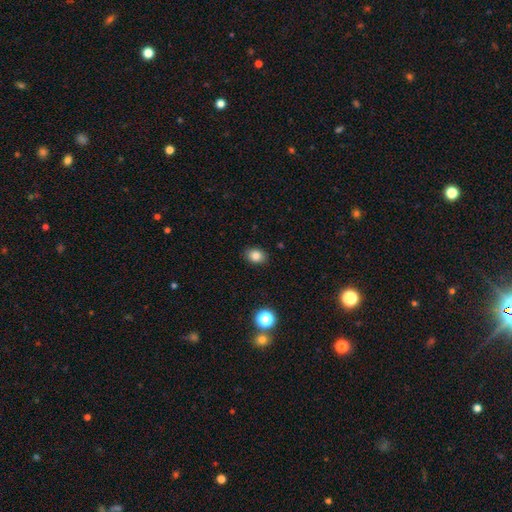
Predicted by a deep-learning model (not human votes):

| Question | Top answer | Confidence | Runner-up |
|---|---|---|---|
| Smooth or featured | smooth | 84% | star or artifact (11%) |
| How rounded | in between | 68% | round (31%) |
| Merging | none | 88% | minor disturbance (9%) |